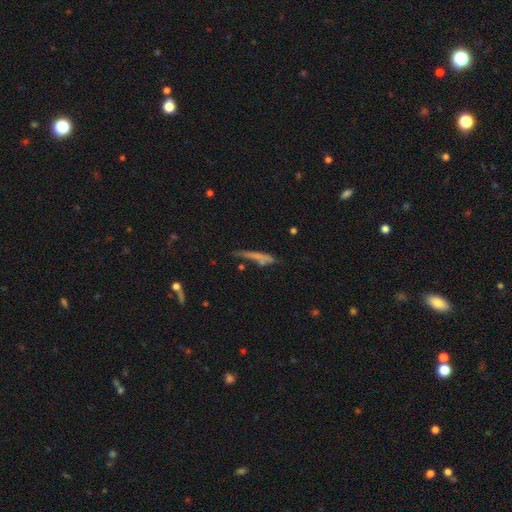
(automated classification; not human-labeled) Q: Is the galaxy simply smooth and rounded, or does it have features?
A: smooth — 50%.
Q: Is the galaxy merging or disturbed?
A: none — 59%.